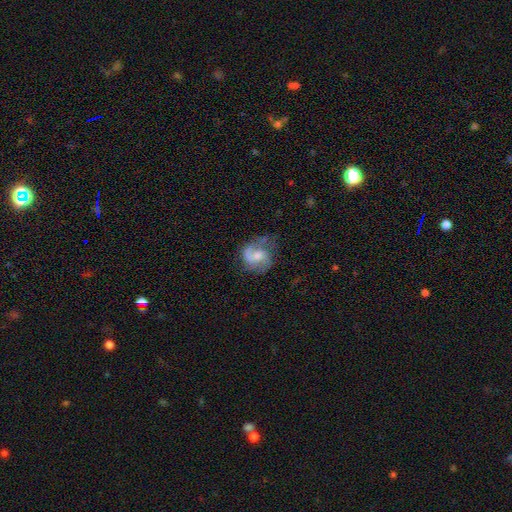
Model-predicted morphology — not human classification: Smooth or featured? featured or disk (75%)
Edge-on disk? no (98%)
Bar? no (54%)
Spiral arms? yes (94%)
Spiral winding? medium (49%)
Spiral arm count? 2 (74%)
Bulge size? moderate (48%)
Merging? none (59%)